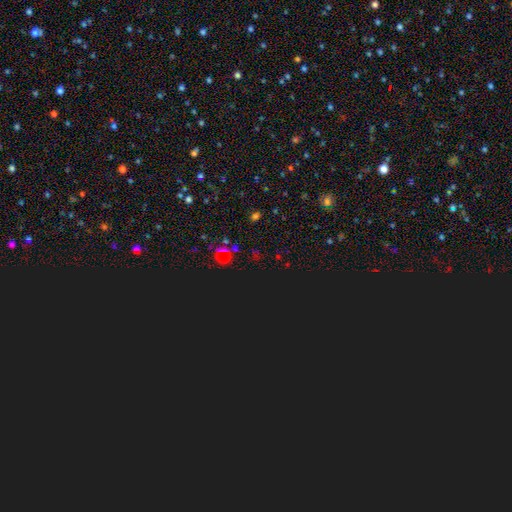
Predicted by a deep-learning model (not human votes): Smooth or featured: star or artifact — 65% (smooth — 28%)